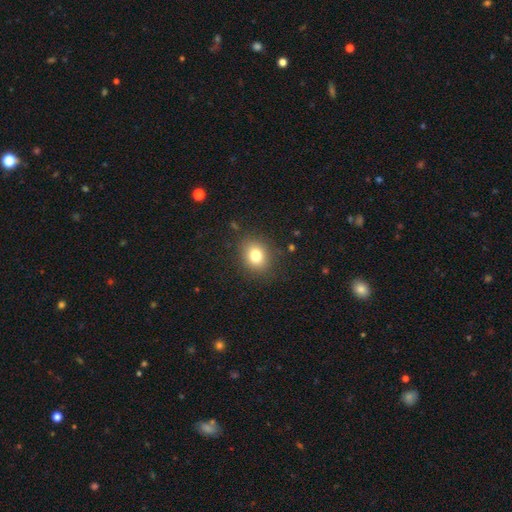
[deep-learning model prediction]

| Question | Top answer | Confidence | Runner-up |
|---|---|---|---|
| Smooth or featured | smooth | 79% | star or artifact (12%) |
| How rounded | round | 61% | in between (38%) |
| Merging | none | 86% | minor disturbance (10%) |